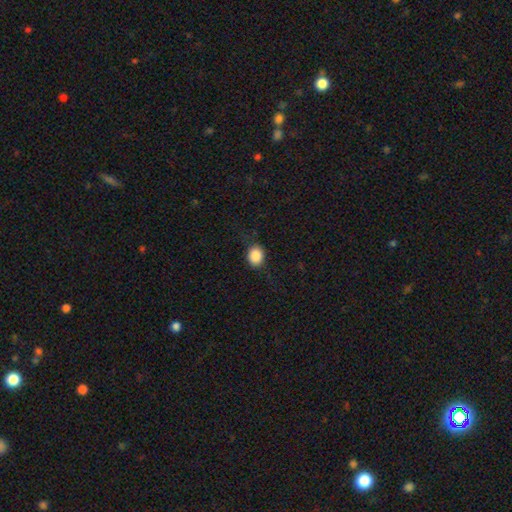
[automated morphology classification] This appears to be a smooth galaxy with no disk features (88%) that is round (51%). Merging: none (82%).